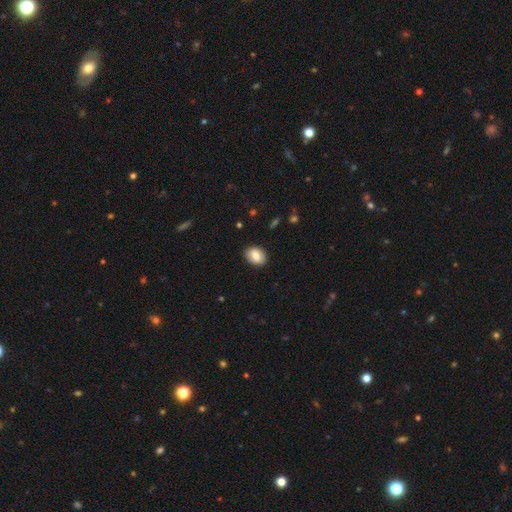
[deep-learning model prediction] smooth 83%, featured or disk 10%, star or artifact 7%. Down the decision tree: how rounded — in between (67%); merging — none (89%).